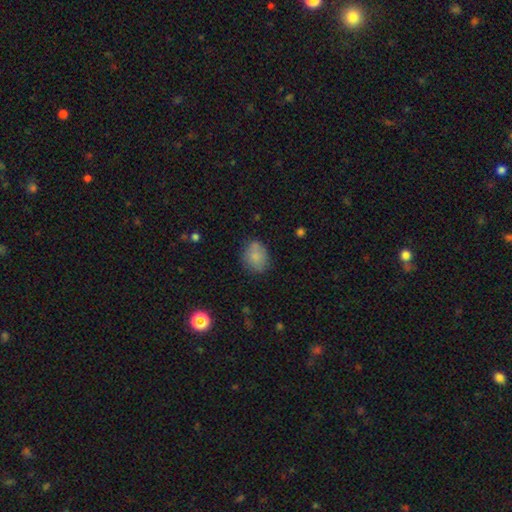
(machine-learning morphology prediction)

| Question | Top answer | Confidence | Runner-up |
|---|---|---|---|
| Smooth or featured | smooth | 80% | featured or disk (11%) |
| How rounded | round | 52% | in between (47%) |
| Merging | none | 68% | minor disturbance (21%) |